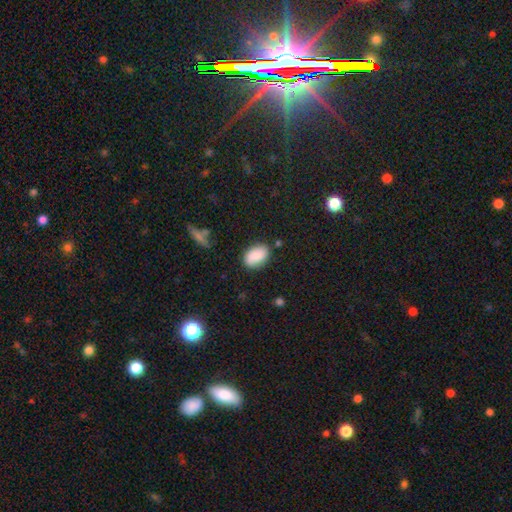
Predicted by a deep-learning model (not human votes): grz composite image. It shows a smooth galaxy with no disk features (86%) that is in between round and cigar-shaped (89%). Merging: none (77%).